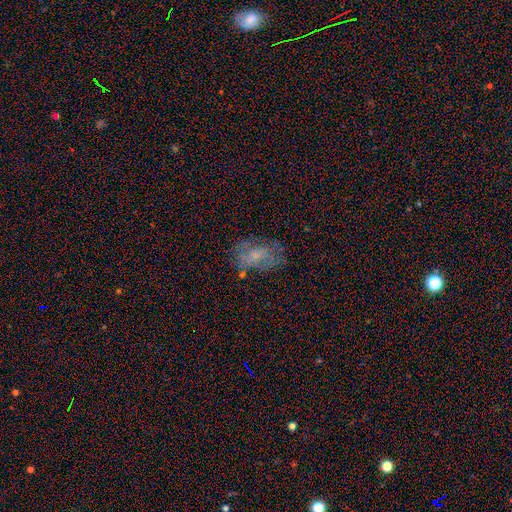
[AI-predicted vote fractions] smooth_or_featured: smooth (p=0.46) [alt: featured or disk p=0.39]
merging: none (p=0.57) [alt: minor disturbance p=0.24]